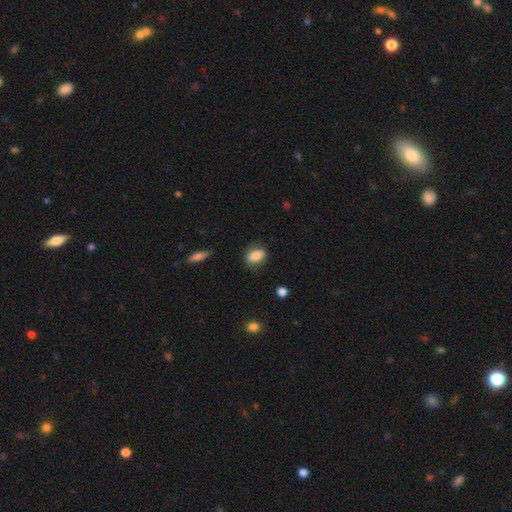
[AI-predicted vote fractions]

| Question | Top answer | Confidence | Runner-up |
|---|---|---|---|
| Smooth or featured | smooth | 84% | featured or disk (9%) |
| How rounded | in between | 78% | round (19%) |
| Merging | none | 79% | minor disturbance (16%) |